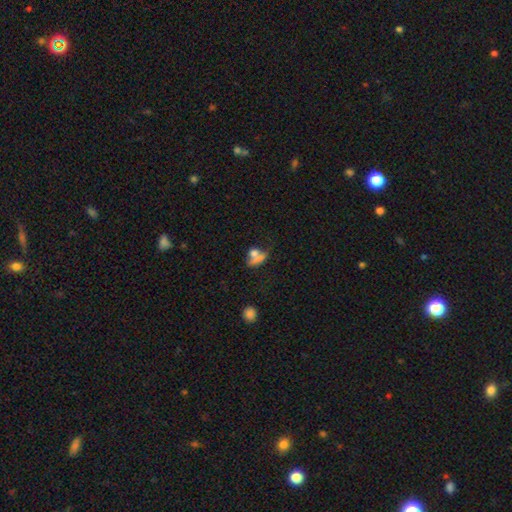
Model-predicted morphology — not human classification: Smooth or featured: smooth — 66% (featured or disk — 19%)
How rounded: in between — 49% (round — 38%)
Merging: merger — 37% (none — 35%)